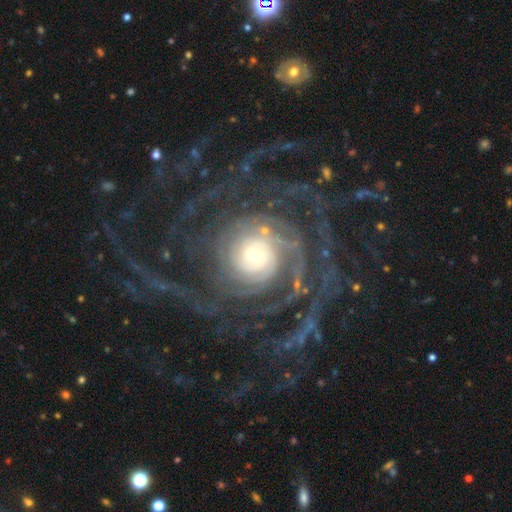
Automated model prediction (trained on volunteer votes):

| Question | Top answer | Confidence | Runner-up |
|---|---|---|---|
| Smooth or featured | featured or disk | 90% | star or artifact (5%) |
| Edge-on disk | no | 98% | yes (2%) |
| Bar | no | 77% | weak (15%) |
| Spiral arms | yes | 98% | no (2%) |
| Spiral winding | tight | 60% | medium (25%) |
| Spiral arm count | more than 4 | 19% | tied: can't tell (19%) |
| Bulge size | small | 49% | moderate (38%) |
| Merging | none | 63% | major disturbance (23%) |